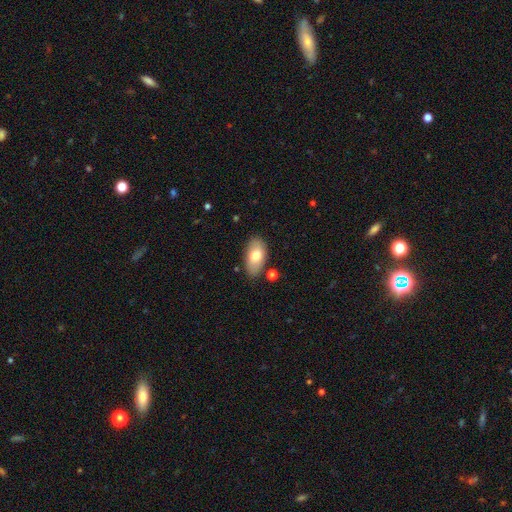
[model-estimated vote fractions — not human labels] A smooth galaxy with no disk features (74%) that is in between round and cigar-shaped (94%). Merging: none (80%).